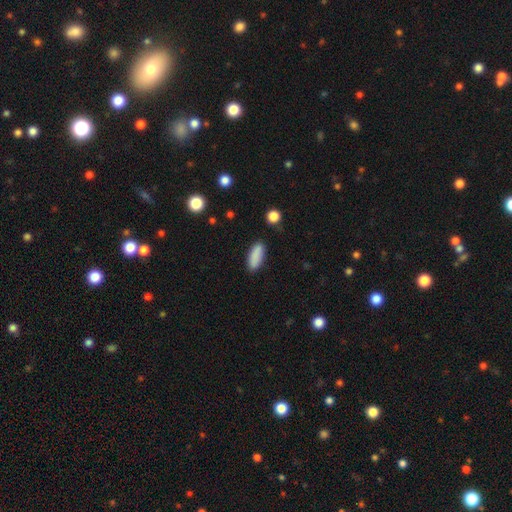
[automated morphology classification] smooth 88%, star or artifact 7%, featured or disk 5%. Down the decision tree: how rounded — in between (74%); merging — none (85%).